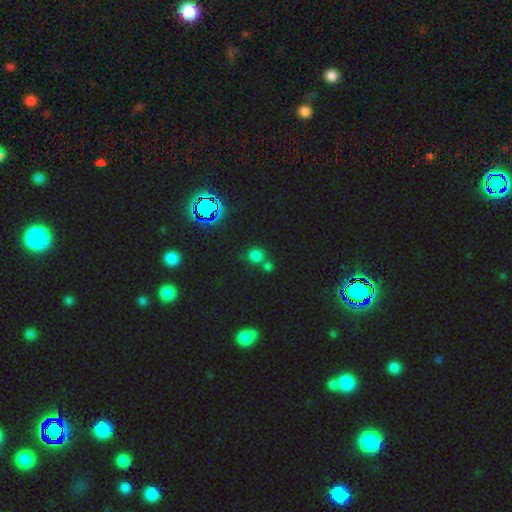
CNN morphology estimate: Q: Smooth or featured?
A: smooth (55%); runner-up: star or artifact (39%)
Q: How rounded?
A: round (84%); runner-up: in between (14%)
Q: Merging?
A: none (63%); runner-up: merger (24%)